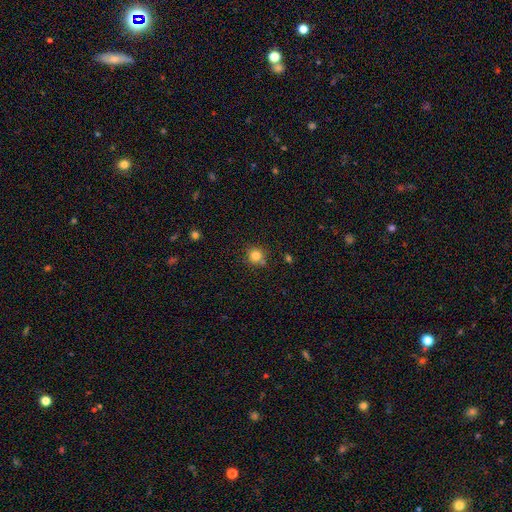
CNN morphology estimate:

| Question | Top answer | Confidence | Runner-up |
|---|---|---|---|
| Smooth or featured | smooth | 81% | star or artifact (13%) |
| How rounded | round | 90% | in between (9%) |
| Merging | none | 77% | minor disturbance (12%) |